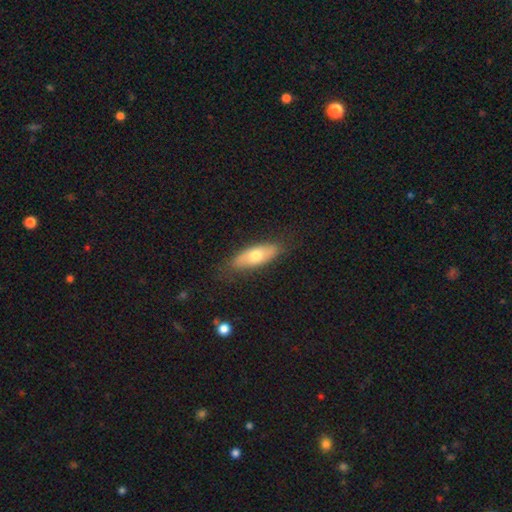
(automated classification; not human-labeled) smooth-or-featured: smooth: 64% | featured or disk: 30% | star or artifact: 6%
  how-rounded: in between: 70% | cigar-shaped: 27% | round: 3%
  merging: none: 81% | minor disturbance: 15% | major disturbance: 3% | merger: 1%